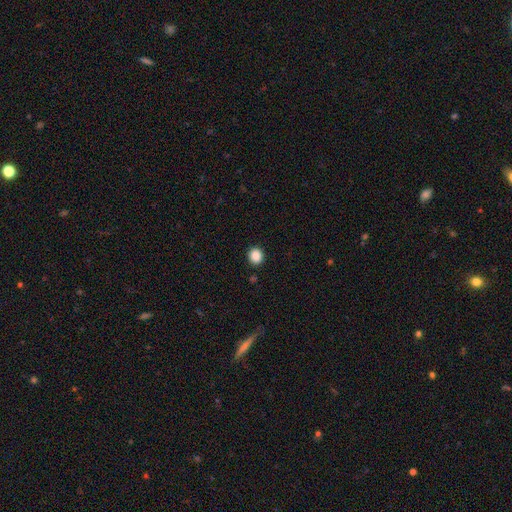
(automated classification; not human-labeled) The model was most divided on "how rounded": round: 84%, in between: 15%, cigar-shaped: 1%. More confident: merging — none (91%); smooth or featured — smooth (88%).